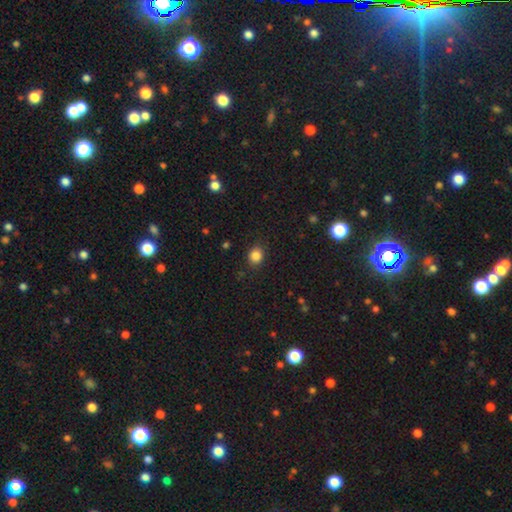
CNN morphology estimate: type=smooth (84%); roundness=round (74%); merging=none (87%).